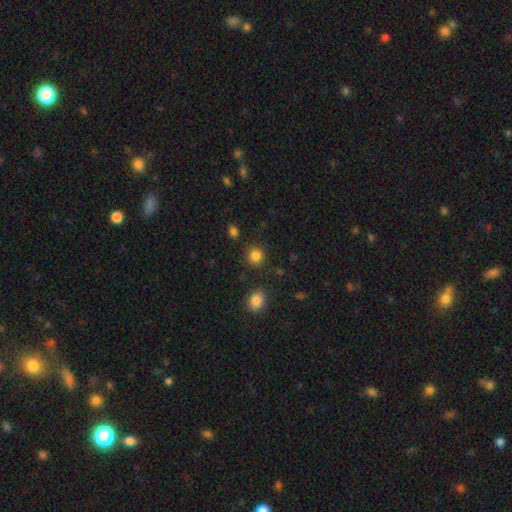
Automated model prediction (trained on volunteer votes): Morphology: type=smooth (84%); roundness=round (90%); merging=none (88%).